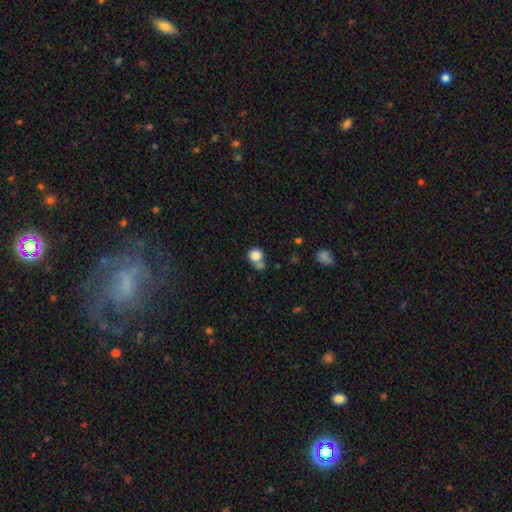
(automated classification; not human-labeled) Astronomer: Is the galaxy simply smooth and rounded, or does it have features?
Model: smooth — 81%.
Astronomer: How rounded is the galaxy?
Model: round — 81%.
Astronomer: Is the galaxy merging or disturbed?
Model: none — 43% (runner-up: merger, 34%).